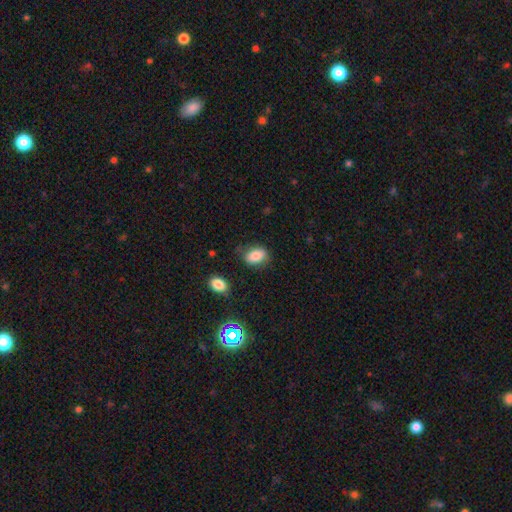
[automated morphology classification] A smooth galaxy with no disk features (82%) that is in between round and cigar-shaped (84%). Merging: none (72%).